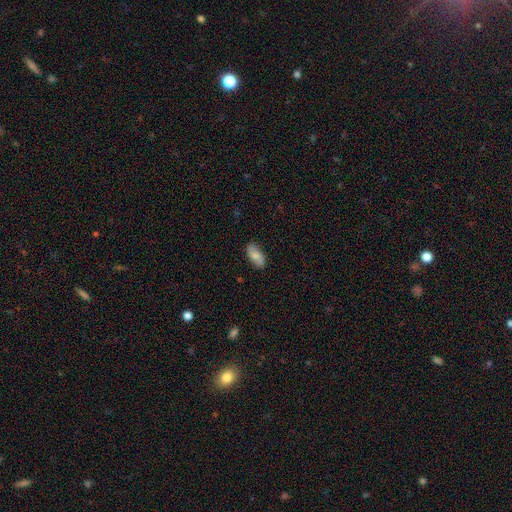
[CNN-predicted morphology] Smooth or featured? smooth (67%)
How rounded? in between (90%)
Merging? none (84%)